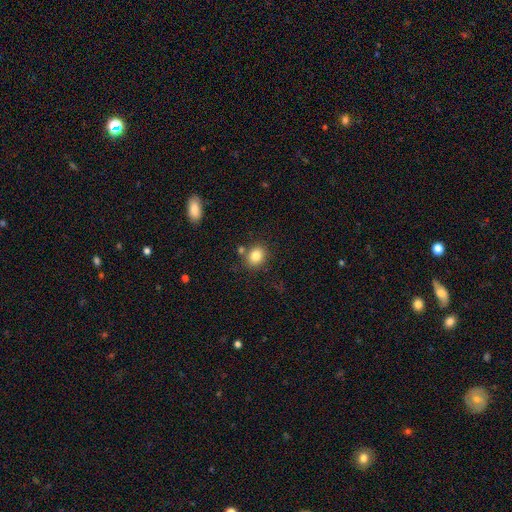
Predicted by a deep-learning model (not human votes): smooth-or-featured: smooth: 82% | star or artifact: 10% | featured or disk: 7%
  how-rounded: round: 65% | in between: 35% | cigar-shaped: 1%
  merging: none: 78% | minor disturbance: 10% | merger: 9% | major disturbance: 3%